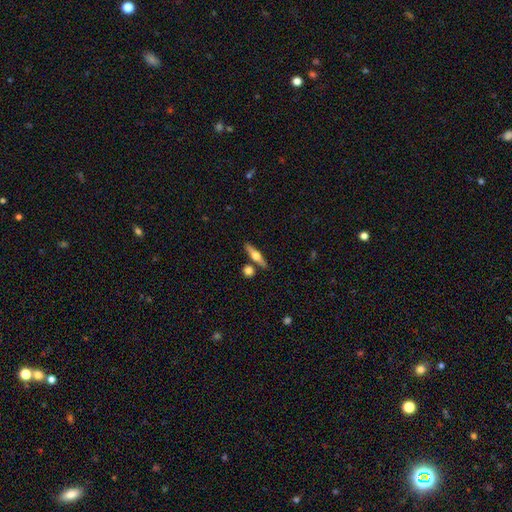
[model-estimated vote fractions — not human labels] Smooth or featured? featured or disk (52%)
Edge-on disk? yes (94%)
Merging? none (78%)